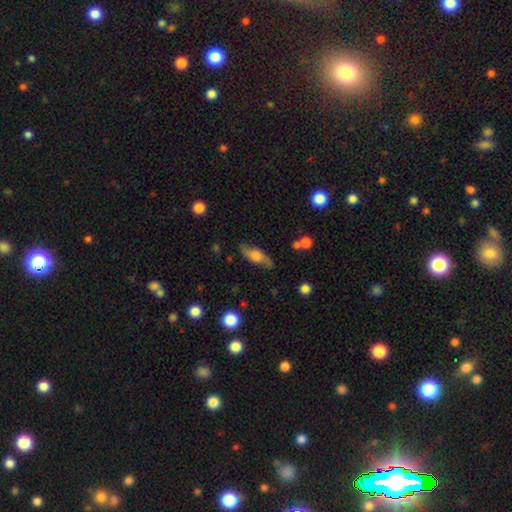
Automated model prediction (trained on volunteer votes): A smooth galaxy with no disk features (49%).

Vote fractions:
- Smooth or featured? smooth: 49% / featured or disk: 44% / star or artifact: 7%
- Merging? none: 78% / minor disturbance: 16% / major disturbance: 4% / merger: 2%